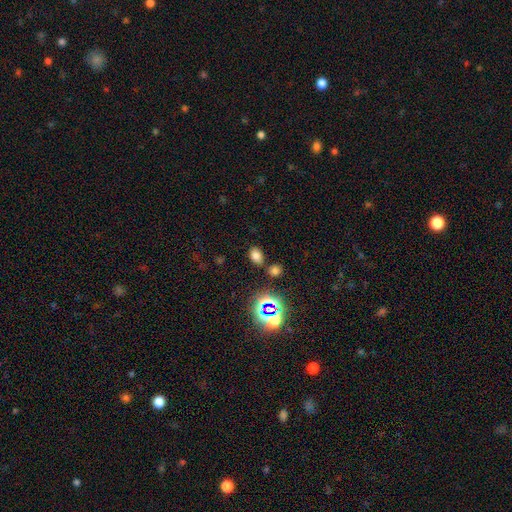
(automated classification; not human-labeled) Q: Smooth or featured?
A: smooth (70%); runner-up: star or artifact (22%)
Q: How rounded?
A: in between (81%); runner-up: round (17%)
Q: Merging?
A: none (76%); runner-up: minor disturbance (11%)